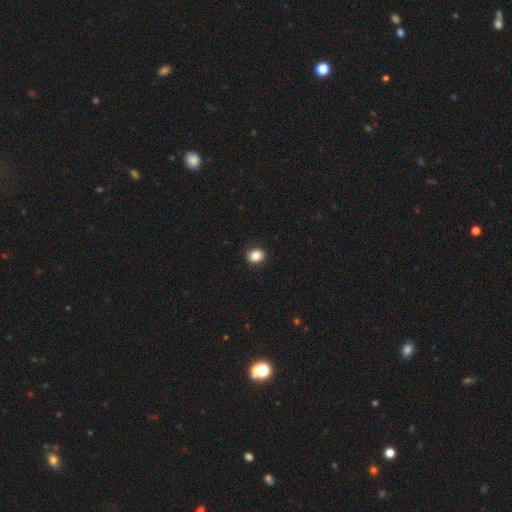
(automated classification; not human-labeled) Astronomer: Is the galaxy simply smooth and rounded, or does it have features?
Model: smooth — 85%.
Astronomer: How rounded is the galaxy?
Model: round — 69%.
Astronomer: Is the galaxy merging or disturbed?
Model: none — 88%.